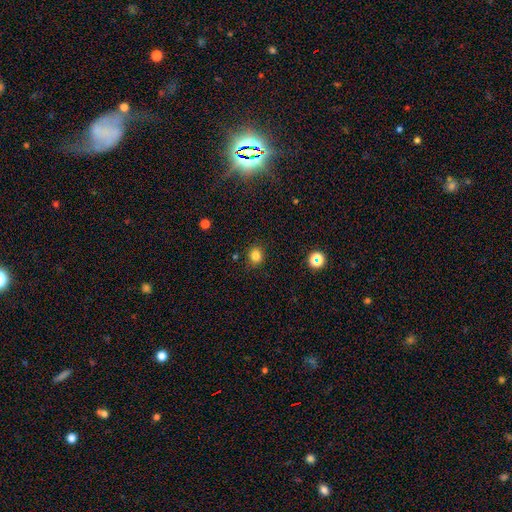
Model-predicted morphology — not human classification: Smooth or featured? smooth (82%)
How rounded? round (73%)
Merging? none (86%)